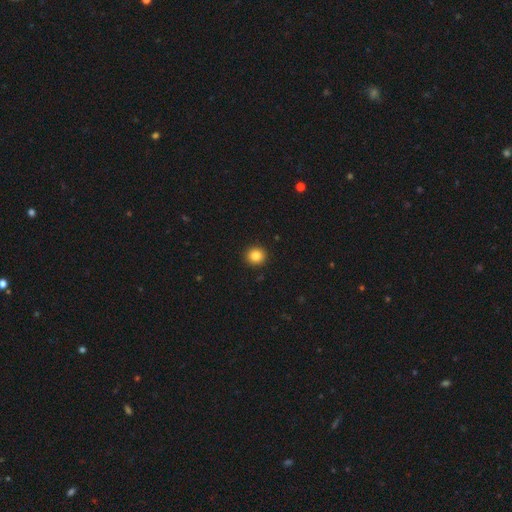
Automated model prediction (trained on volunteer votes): Smooth or featured: smooth — 85% (star or artifact — 11%)
How rounded: round — 92% (in between — 7%)
Merging: none — 93% (minor disturbance — 5%)